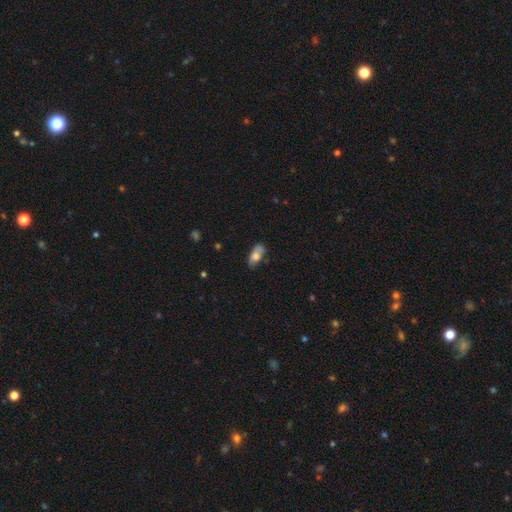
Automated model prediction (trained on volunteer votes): Morphology: type=smooth (70%); roundness=in between (85%); merging=none (58%).